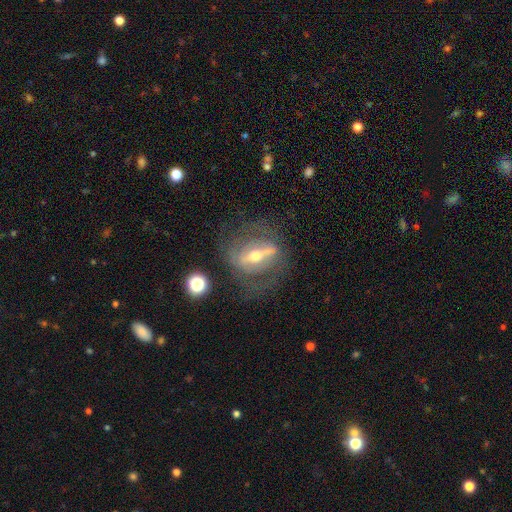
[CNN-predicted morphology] smooth-or-featured: featured or disk: 75% | smooth: 15% | star or artifact: 10%
  disk-edge-on: no: 77% | yes: 23%
    bar: strong: 63% | weak: 22% | no: 14%
    has-spiral-arms: yes: 57% | no: 43%
    bulge-size: moderate: 53% | small: 41% | large: 3% | none: 1% | dominant: 1%
  merging: none: 64% | minor disturbance: 17% | major disturbance: 16% | merger: 4%